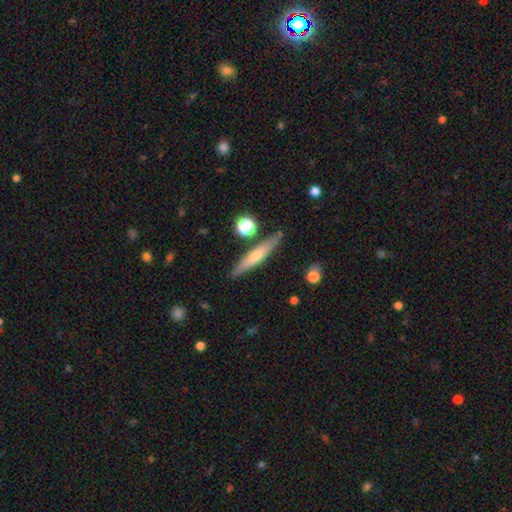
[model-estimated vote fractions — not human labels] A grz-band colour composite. It shows a featured or disk galaxy (50%) viewed edge-on (92%). Merging: none (84%).